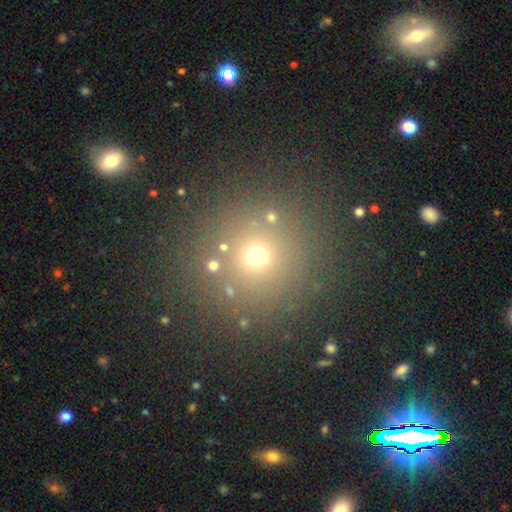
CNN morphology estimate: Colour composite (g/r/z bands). It shows a smooth galaxy with no disk features (60%) that is round (92%). Merging: none (81%).